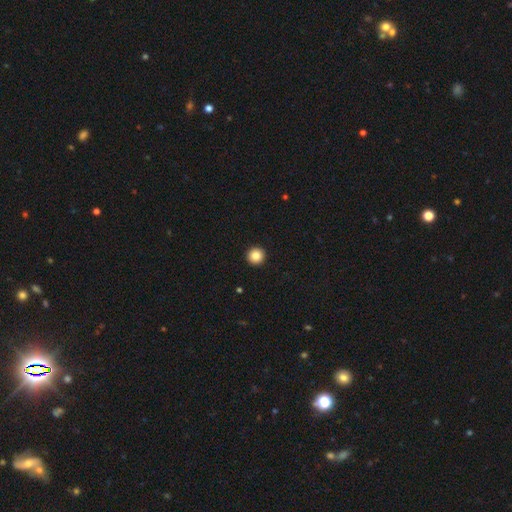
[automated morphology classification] Smooth or featured? smooth (85%)
How rounded? round (96%)
Merging? none (94%)